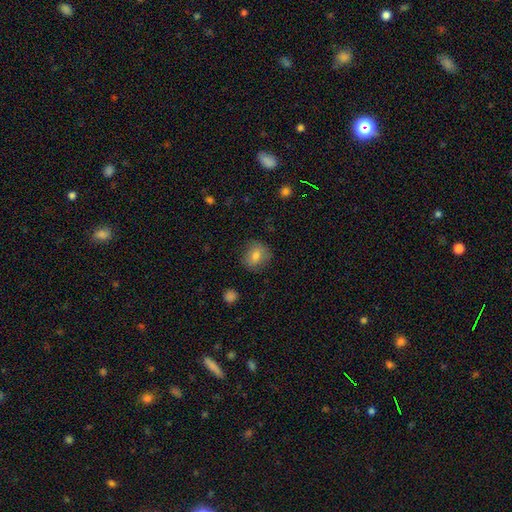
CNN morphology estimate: This appears to be a smooth galaxy with no disk features (77%) that is round (72%). Merging: none (82%).